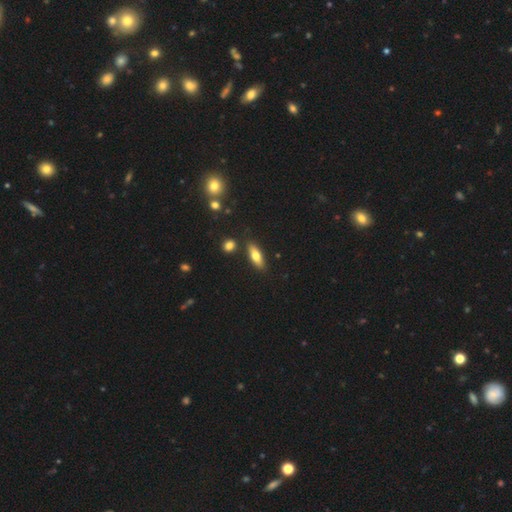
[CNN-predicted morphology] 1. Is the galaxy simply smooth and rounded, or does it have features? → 69% smooth, 24% featured or disk, 7% star or artifact.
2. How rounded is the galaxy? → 60% in between, 37% cigar-shaped, 3% round.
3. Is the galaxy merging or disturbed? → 83% none, 10% minor disturbance, 4% merger, 2% major disturbance.